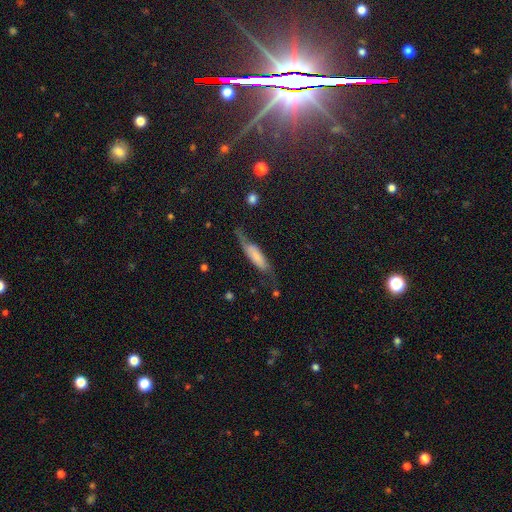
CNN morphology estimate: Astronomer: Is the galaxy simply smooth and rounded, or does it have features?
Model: smooth — 46%, tied with featured or disk at 46%.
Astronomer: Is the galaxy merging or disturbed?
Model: none — 51% (runner-up: minor disturbance, 29%).